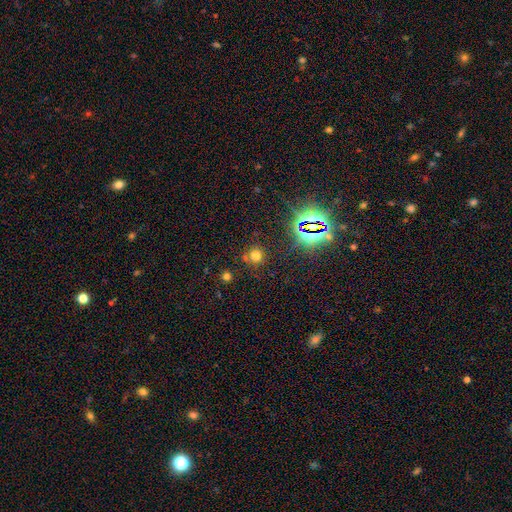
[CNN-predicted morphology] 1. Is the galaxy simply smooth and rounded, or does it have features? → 63% smooth, 29% star or artifact, 9% featured or disk.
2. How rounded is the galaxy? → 89% round, 10% in between, 1% cigar-shaped.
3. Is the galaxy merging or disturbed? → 75% none, 11% merger, 10% minor disturbance, 4% major disturbance.